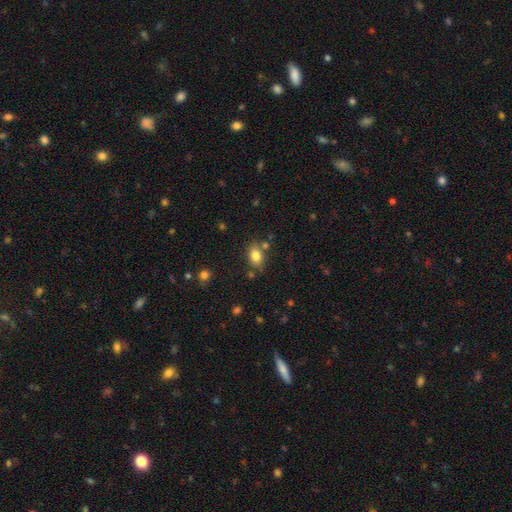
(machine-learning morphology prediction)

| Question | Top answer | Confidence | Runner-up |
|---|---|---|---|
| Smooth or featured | smooth | 81% | star or artifact (10%) |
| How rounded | in between | 74% | round (25%) |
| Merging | none | 72% | minor disturbance (15%) |